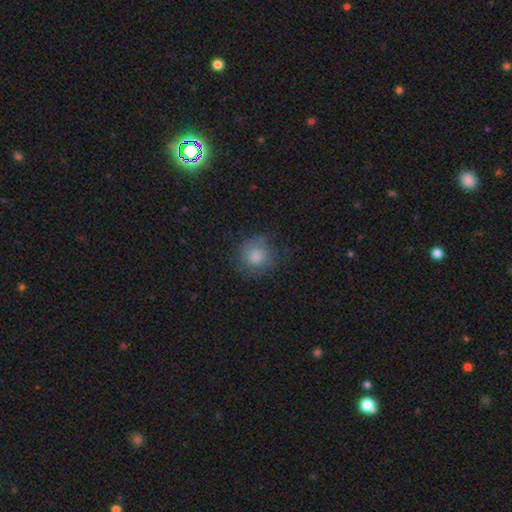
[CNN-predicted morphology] Overall: smooth (76%). How rounded: round (88%). Merging: none (72%).